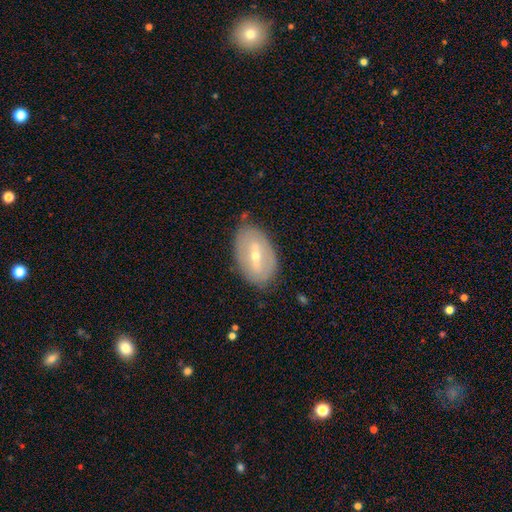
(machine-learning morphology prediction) Smooth or featured: featured or disk — 64% (smooth — 30%)
Edge-on disk: no — 88% (yes — 12%)
Bar: strong — 48% (weak — 37%)
Spiral arms: no — 68% (yes — 32%)
Bulge size: small — 54% (moderate — 43%)
Merging: none — 81% (minor disturbance — 14%)